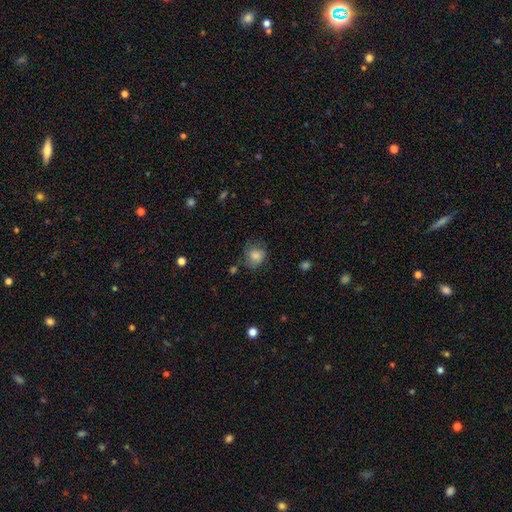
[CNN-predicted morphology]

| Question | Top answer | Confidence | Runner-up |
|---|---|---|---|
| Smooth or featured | smooth | 78% | featured or disk (13%) |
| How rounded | round | 72% | in between (27%) |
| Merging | none | 61% | minor disturbance (25%) |